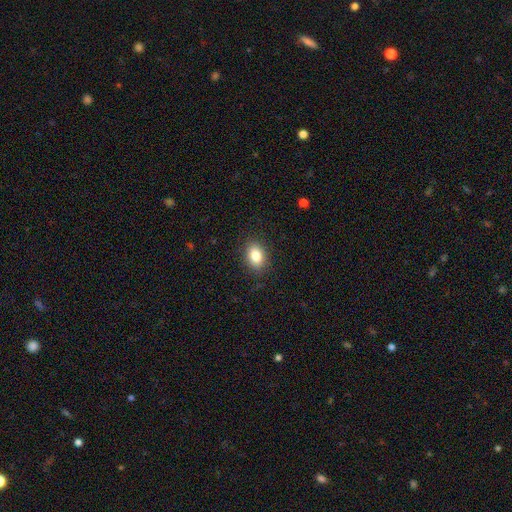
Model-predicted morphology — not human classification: A smooth galaxy with no disk features (84%) that is in between round and cigar-shaped (76%).

Vote fractions:
- Smooth or featured? smooth: 84% / star or artifact: 9% / featured or disk: 7%
- How rounded? in between: 76% / round: 23% / cigar-shaped: 1%
- Merging? none: 87% / minor disturbance: 9% / major disturbance: 3% / merger: 1%